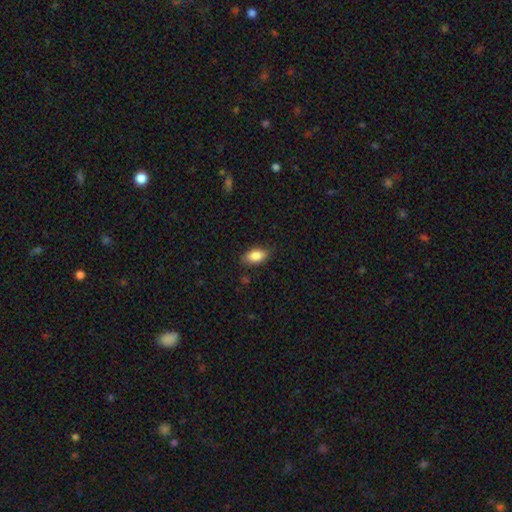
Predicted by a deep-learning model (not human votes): This appears to be a smooth galaxy with no disk features (86%) that is in between round and cigar-shaped (90%). Merging: none (83%).